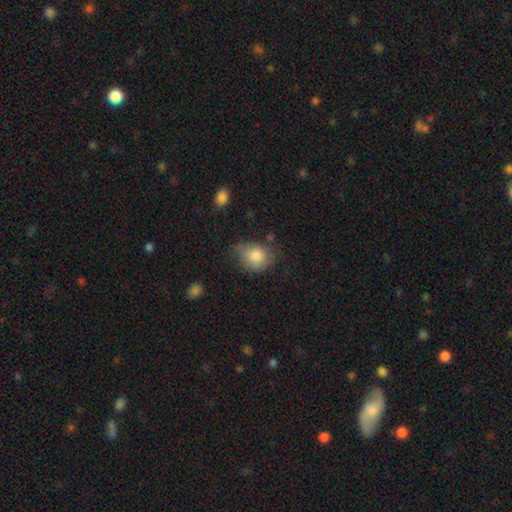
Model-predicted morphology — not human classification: This appears to be a smooth galaxy with no disk features (81%) that is round (56%). Merging: none (47%).